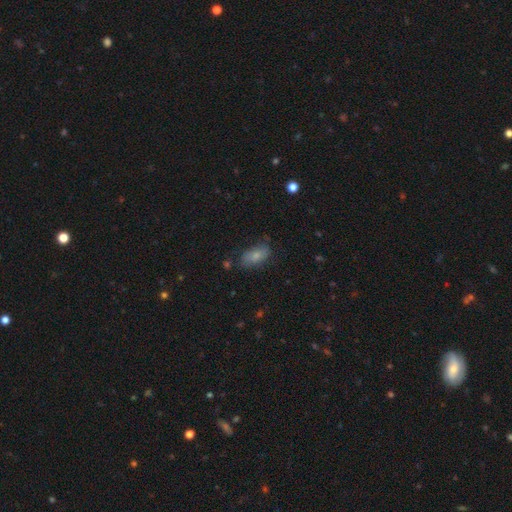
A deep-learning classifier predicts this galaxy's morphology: A smooth galaxy with no disk features (77%) that is in between round and cigar-shaped (87%).

Vote fractions:
- Smooth or featured? smooth: 77% / featured or disk: 15% / star or artifact: 8%
- How rounded? in between: 87% / cigar-shaped: 9% / round: 4%
- Merging? none: 70% / minor disturbance: 22% / major disturbance: 6% / merger: 2%